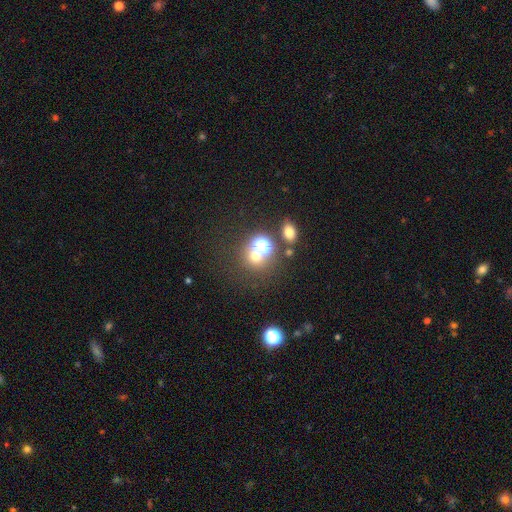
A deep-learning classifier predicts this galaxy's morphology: This is possibly a smooth galaxy (56%). How rounded: clearly round (81%). Merging: likely none (63%).